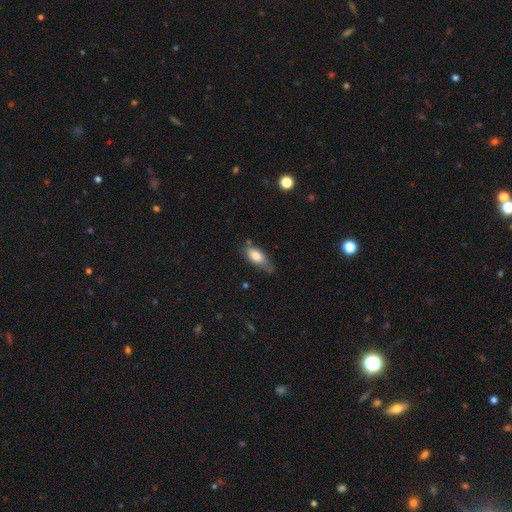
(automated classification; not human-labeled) The model was most divided on "merging": none: 50%, minor disturbance: 37%, major disturbance: 10%, merger: 4%. More confident: how rounded — in between (82%); smooth or featured — smooth (78%).